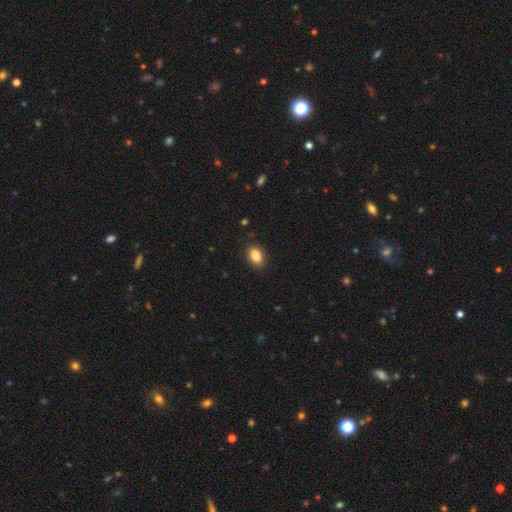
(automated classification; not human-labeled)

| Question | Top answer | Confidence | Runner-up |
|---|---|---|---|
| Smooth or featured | smooth | 88% | star or artifact (8%) |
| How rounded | in between | 87% | round (11%) |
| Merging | none | 88% | minor disturbance (9%) |